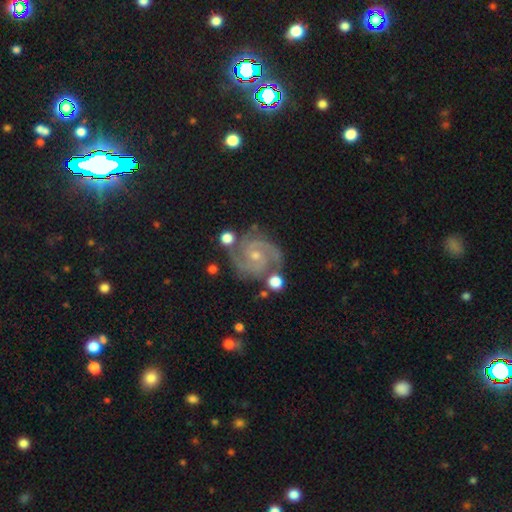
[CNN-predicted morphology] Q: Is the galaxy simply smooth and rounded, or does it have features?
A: featured or disk — 91%.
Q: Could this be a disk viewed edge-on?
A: no — 98%.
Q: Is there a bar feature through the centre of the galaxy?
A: no — 62%.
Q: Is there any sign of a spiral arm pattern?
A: yes — 99%.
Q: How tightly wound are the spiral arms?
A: tight — 54%.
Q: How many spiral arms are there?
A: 2 — 54%.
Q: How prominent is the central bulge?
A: small — 67%.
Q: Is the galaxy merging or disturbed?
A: none — 72%.